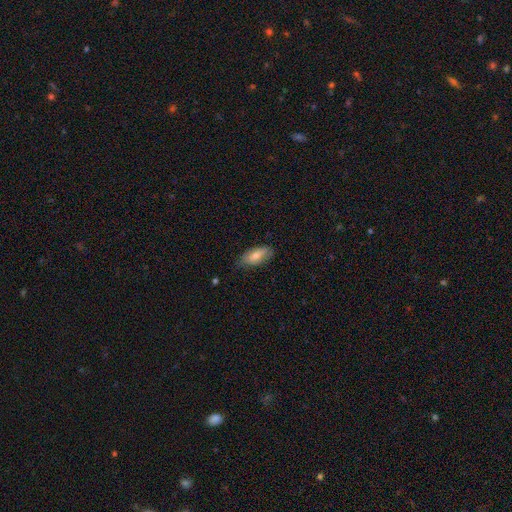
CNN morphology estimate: Smooth or featured? smooth (72%)
How rounded? in between (87%)
Merging? none (73%)